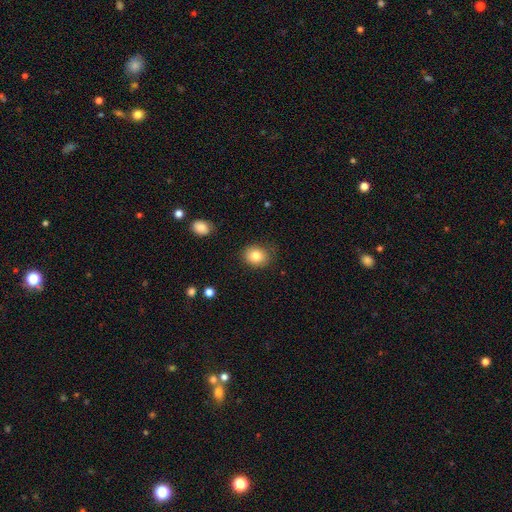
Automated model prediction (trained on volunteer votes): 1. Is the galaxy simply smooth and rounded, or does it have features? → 82% smooth, 9% star or artifact, 8% featured or disk.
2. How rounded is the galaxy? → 62% round, 37% in between, 1% cigar-shaped.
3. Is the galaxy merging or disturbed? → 81% none, 14% minor disturbance, 3% major disturbance, 1% merger.